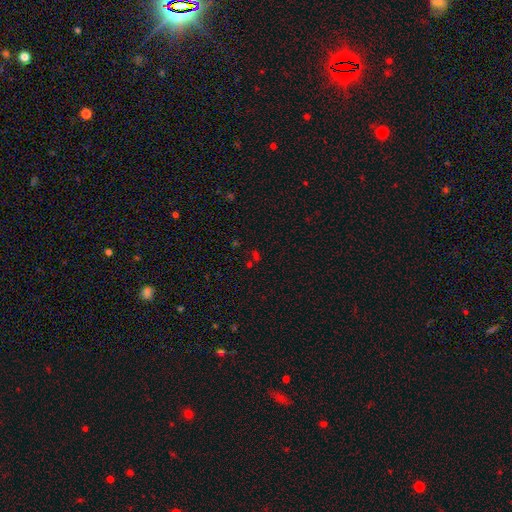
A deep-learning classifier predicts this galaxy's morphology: Smooth or featured? star or artifact (53%)